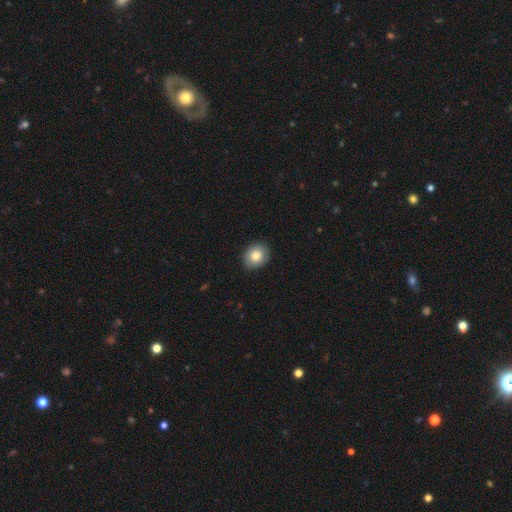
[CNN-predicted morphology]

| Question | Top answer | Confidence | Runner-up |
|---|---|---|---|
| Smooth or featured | smooth | 82% | featured or disk (10%) |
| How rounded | round | 56% | in between (44%) |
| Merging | none | 89% | minor disturbance (9%) |